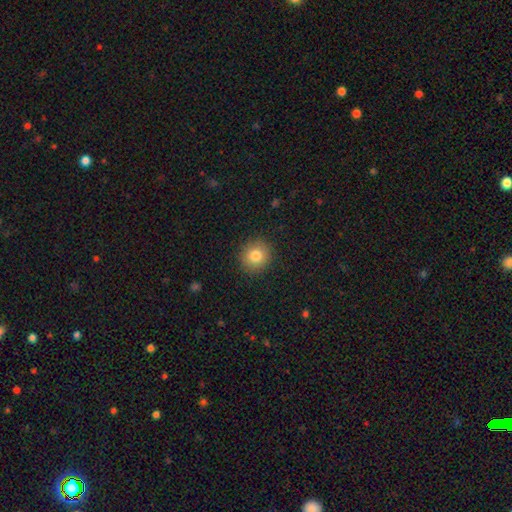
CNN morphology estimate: Smooth or featured? smooth (81%)
How rounded? round (87%)
Merging? none (90%)